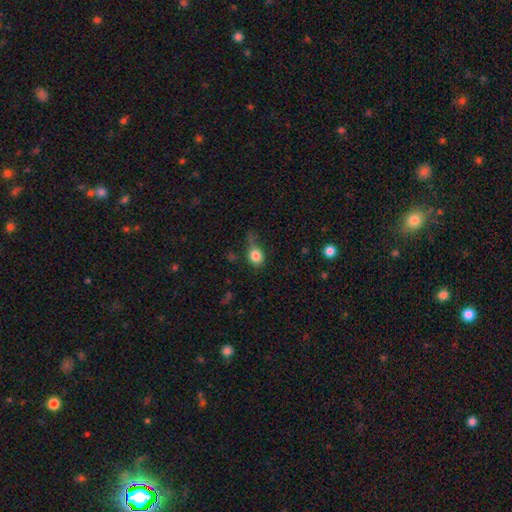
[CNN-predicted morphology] Overall: smooth (80%). How rounded: round (67%; in between 30%). Merging: none (35%; minor disturbance 33%).